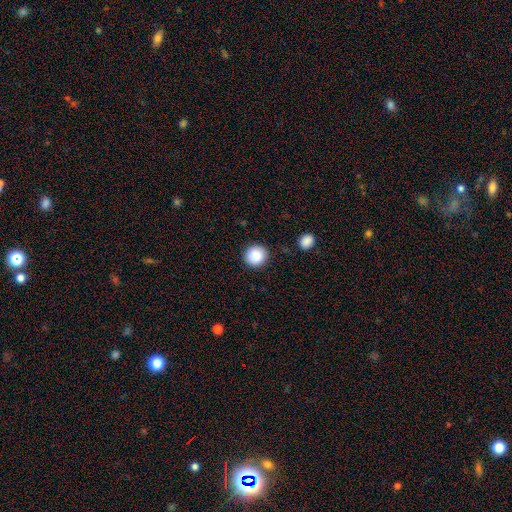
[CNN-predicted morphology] smooth_or_featured: smooth (p=0.88) [alt: star or artifact p=0.08]
how_rounded: round (p=0.91) [alt: in between p=0.08]
merging: none (p=0.87) [alt: minor disturbance p=0.08]